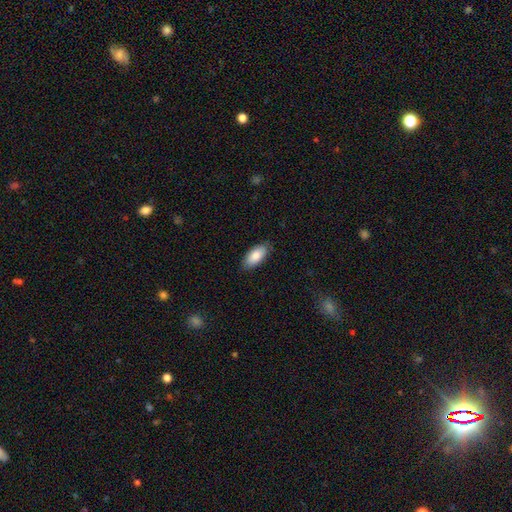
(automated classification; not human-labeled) Morphology: type=smooth (84%); roundness=in between (91%); merging=none (82%).